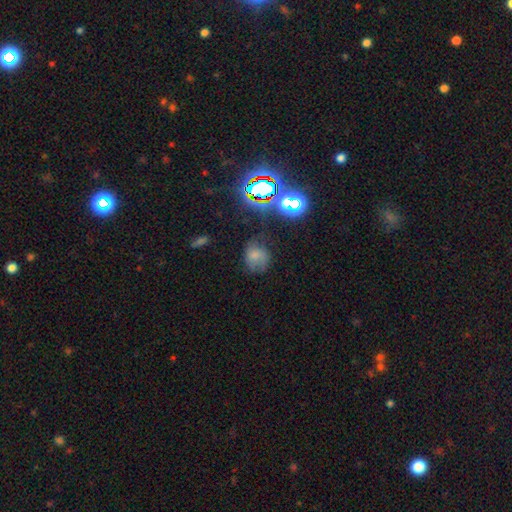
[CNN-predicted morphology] type=smooth (59%); roundness=round (67%); merging=none (52%).